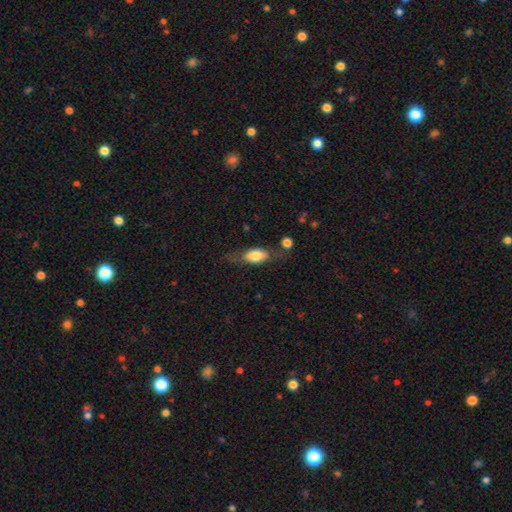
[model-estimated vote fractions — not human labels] smooth-or-featured: smooth: 65% | featured or disk: 28% | star or artifact: 7%
  how-rounded: in between: 79% | cigar-shaped: 14% | round: 6%
  merging: none: 58% | minor disturbance: 24% | major disturbance: 14% | merger: 5%